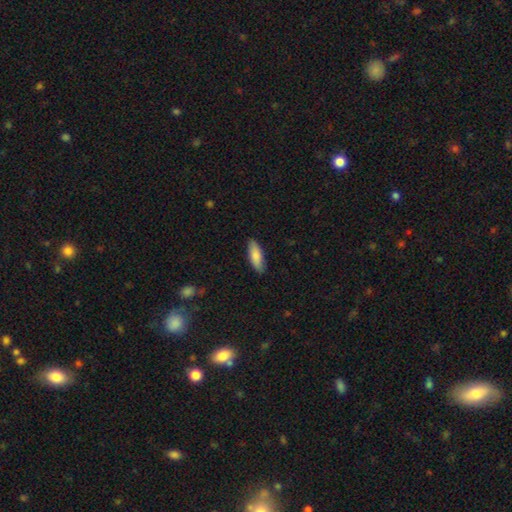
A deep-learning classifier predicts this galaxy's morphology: Q: Smooth or featured?
A: smooth (84%); runner-up: featured or disk (11%)
Q: How rounded?
A: in between (62%); runner-up: cigar-shaped (37%)
Q: Merging?
A: none (88%); runner-up: minor disturbance (10%)